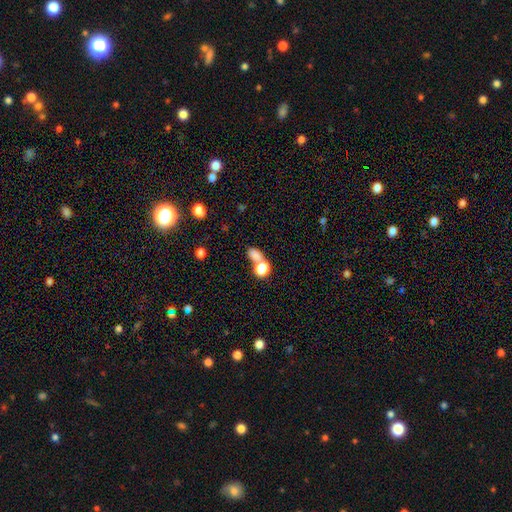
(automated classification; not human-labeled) A smooth galaxy with no disk features (77%) that is in between round and cigar-shaped (63%).

Vote fractions:
- Smooth or featured? smooth: 77% / star or artifact: 13% / featured or disk: 9%
- How rounded? in between: 63% / round: 34% / cigar-shaped: 3%
- Merging? merger: 51% / none: 35% / minor disturbance: 8% / major disturbance: 6%